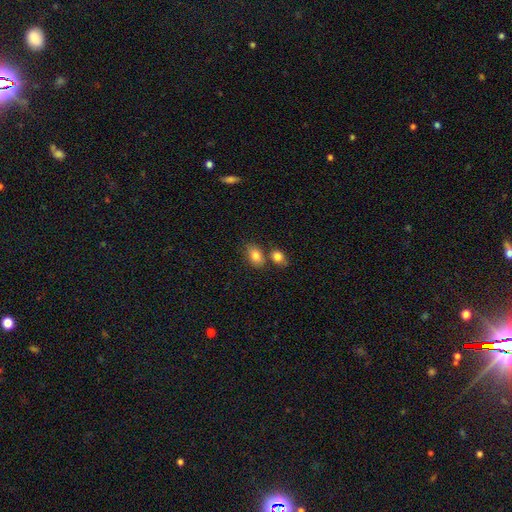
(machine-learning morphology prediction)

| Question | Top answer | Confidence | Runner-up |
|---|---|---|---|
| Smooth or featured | smooth | 83% | star or artifact (9%) |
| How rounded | in between | 79% | round (20%) |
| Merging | none | 59% | merger (25%) |